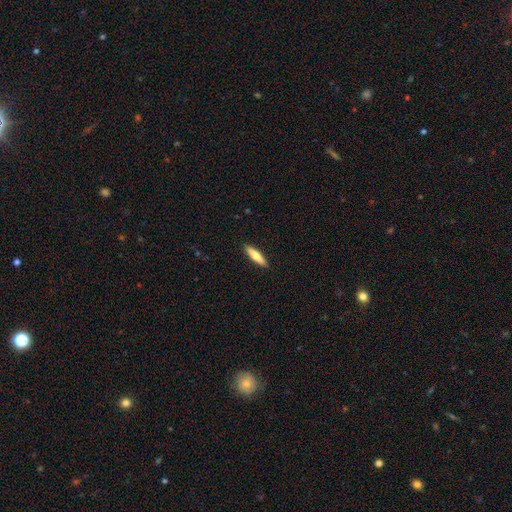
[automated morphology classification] This is likely a smooth galaxy (69%). How rounded: likely cigar-shaped (78%). Merging: clearly none (91%).